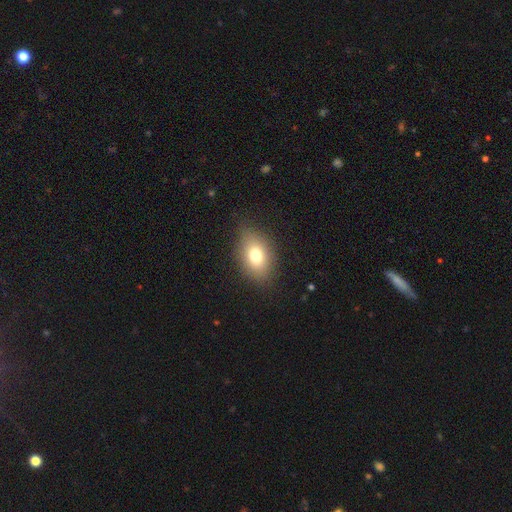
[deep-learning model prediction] Smooth or featured: smooth — 75% (featured or disk — 14%)
How rounded: in between — 77% (round — 21%)
Merging: none — 80% (minor disturbance — 15%)